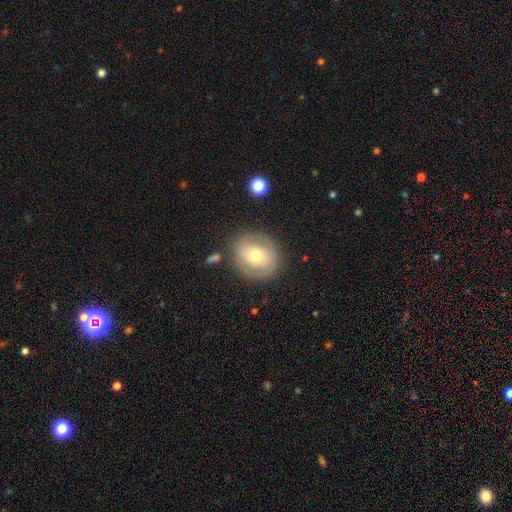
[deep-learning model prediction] A smooth galaxy with no disk features (55%) that is round (72%). Merging: none (82%).